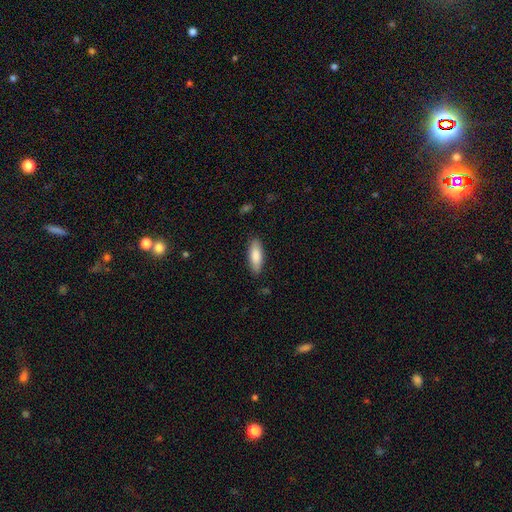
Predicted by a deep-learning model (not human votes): The model was most divided on "how rounded": in between: 67%, cigar-shaped: 31%, round: 2%. More confident: smooth or featured — smooth (84%); merging — none (84%).